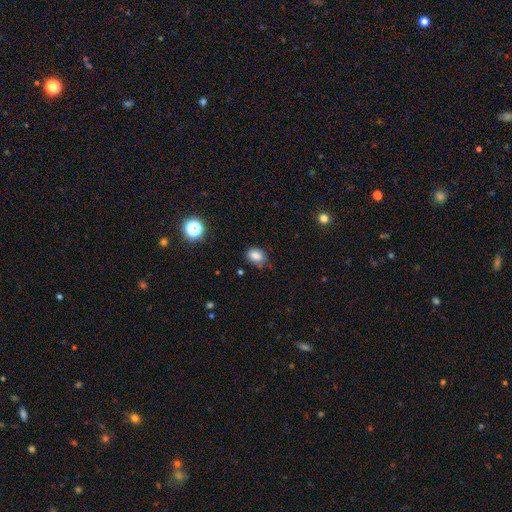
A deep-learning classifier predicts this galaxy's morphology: type=smooth (82%); roundness=in between (62%); merging=none (67%).